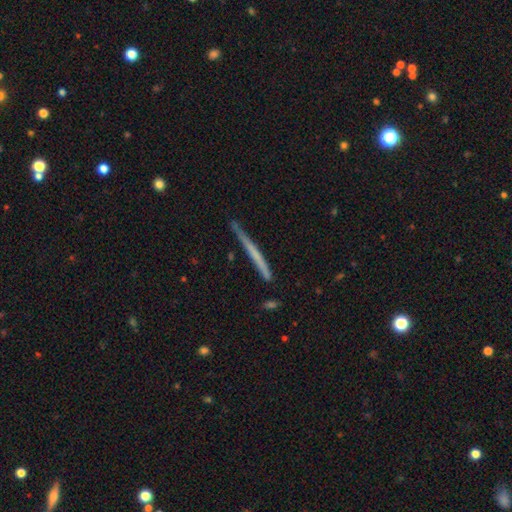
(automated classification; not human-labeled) Smooth or featured?
  - featured or disk: 48% *
  - smooth: 46%
  - star or artifact: 6%
Merging?
  - none: 81% *
  - minor disturbance: 14%
  - major disturbance: 2%
  - merger: 2%